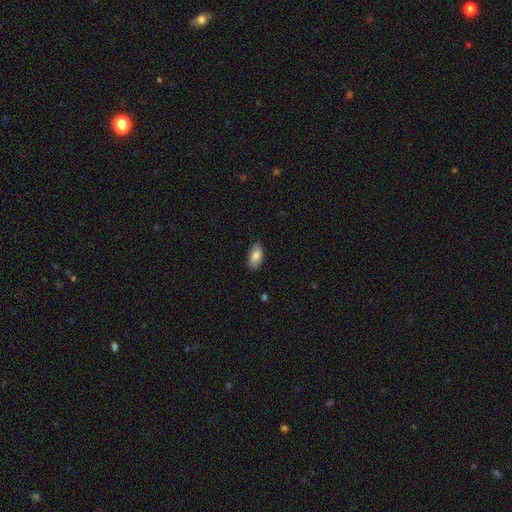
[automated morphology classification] This is clearly a smooth galaxy (84%). How rounded: clearly in between (94%). Merging: clearly none (82%).